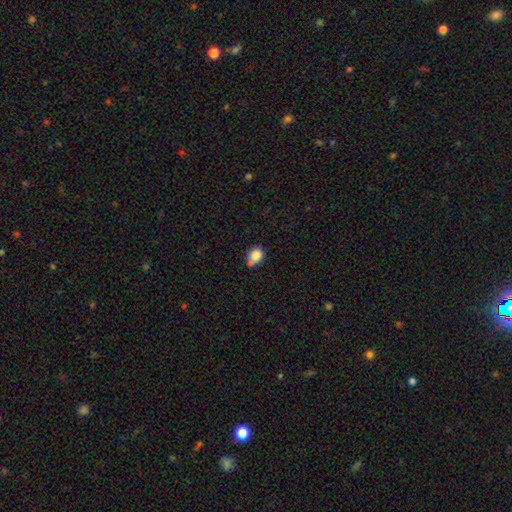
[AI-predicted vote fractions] Overall: smooth (84%). How rounded: round (58%; in between 41%). Merging: none (52%; merger 23%).